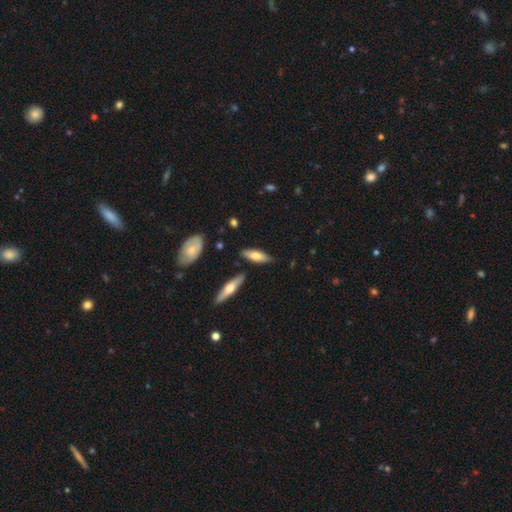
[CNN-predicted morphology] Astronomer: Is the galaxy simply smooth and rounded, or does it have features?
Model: smooth — 67%.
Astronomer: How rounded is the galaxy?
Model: in between — 56% (runner-up: cigar-shaped, 42%).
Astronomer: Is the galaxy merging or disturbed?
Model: none — 76%.